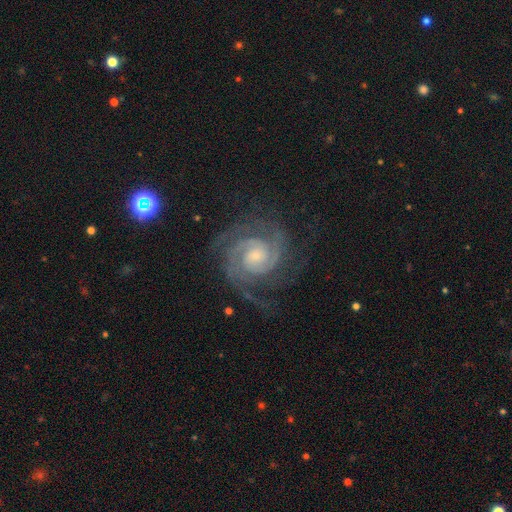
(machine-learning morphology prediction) Smooth or featured: featured or disk — 92% (star or artifact — 5%)
Edge-on disk: no — 98% (yes — 2%)
Bar: no — 62% (weak — 30%)
Spiral arms: yes — 99% (no — 1%)
Spiral winding: tight — 66% (medium — 30%)
Spiral arm count: 2 — 60% (3 — 17%)
Bulge size: small — 61% (moderate — 30%)
Merging: none — 76% (minor disturbance — 15%)